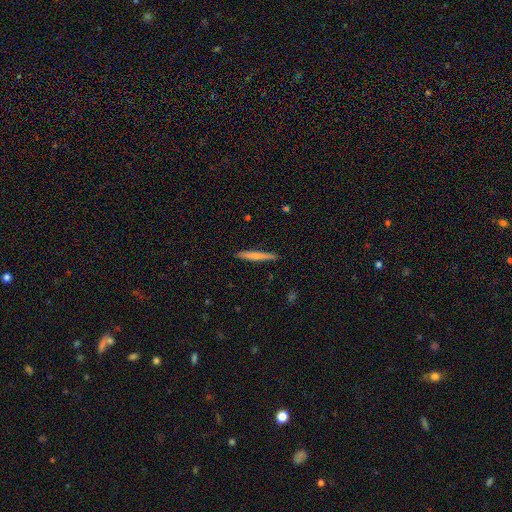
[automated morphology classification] smooth-or-featured: smooth: 64% | featured or disk: 31% | star or artifact: 5%
  how-rounded: cigar-shaped: 96% | in between: 3% | round: 1%
  merging: none: 90% | minor disturbance: 7% | major disturbance: 2% | merger: 1%